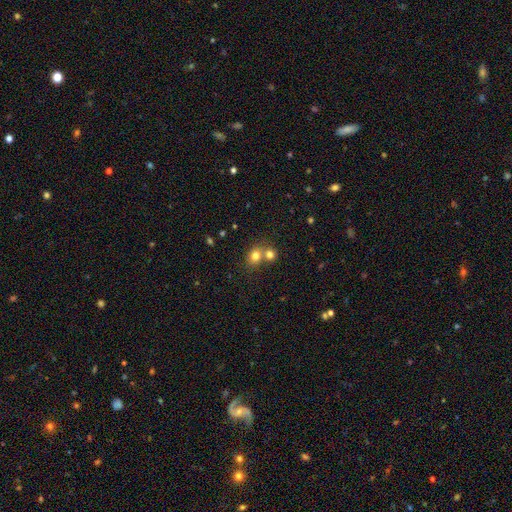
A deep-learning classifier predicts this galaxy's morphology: A smooth galaxy with no disk features (78%) that is round (64%).

Vote fractions:
- Smooth or featured? smooth: 78% / star or artifact: 13% / featured or disk: 9%
- How rounded? round: 64% / in between: 35% / cigar-shaped: 1%
- Merging? merger: 45% / none: 44% / minor disturbance: 7% / major disturbance: 3%